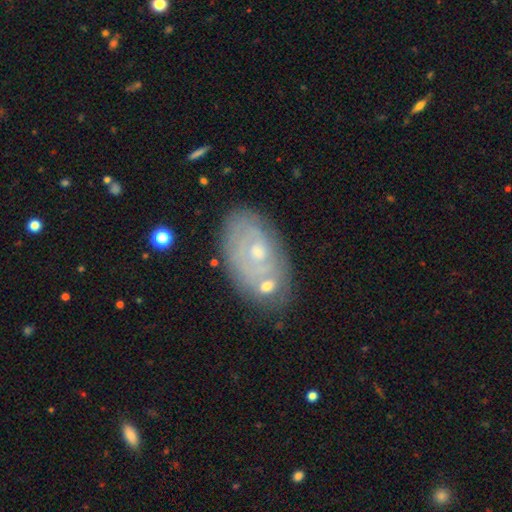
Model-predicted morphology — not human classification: Smooth or featured: featured or disk — 66% (smooth — 24%)
Edge-on disk: no — 94% (yes — 6%)
Bar: no — 78% (weak — 18%)
Spiral arms: yes — 66% (no — 34%)
Bulge size: small — 53% (moderate — 40%)
Merging: none — 70% (minor disturbance — 16%)